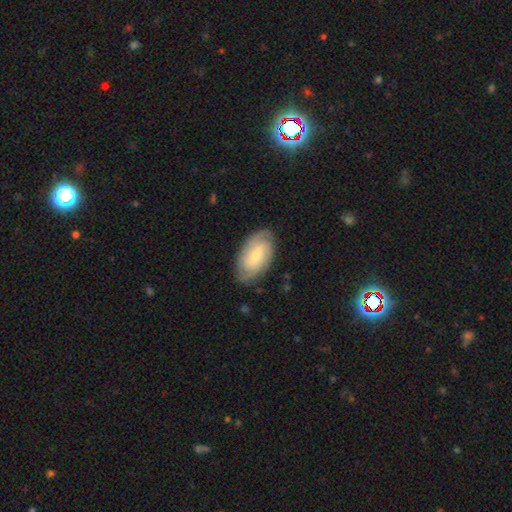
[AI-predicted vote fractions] featured or disk 61%, smooth 33%, star or artifact 6%. Down the decision tree: edge-on disk — no (94%); bar — no (53%); spiral arms — yes (86%); bulge size — small (63%); merging — none (81%).